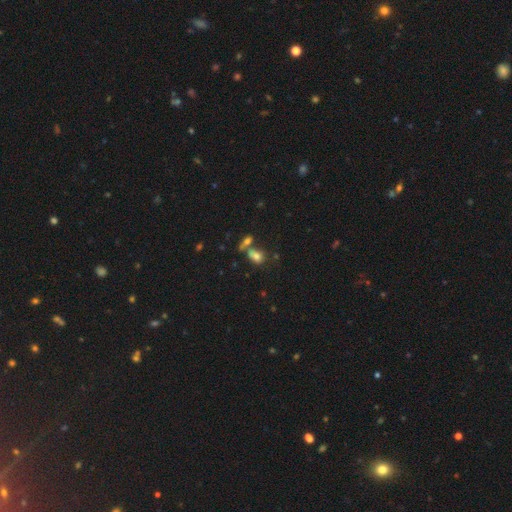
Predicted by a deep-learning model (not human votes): smooth-or-featured: smooth: 73% | featured or disk: 14% | star or artifact: 13%
  how-rounded: in between: 73% | round: 25% | cigar-shaped: 3%
  merging: none: 42% | merger: 39% | minor disturbance: 12% | major disturbance: 6%